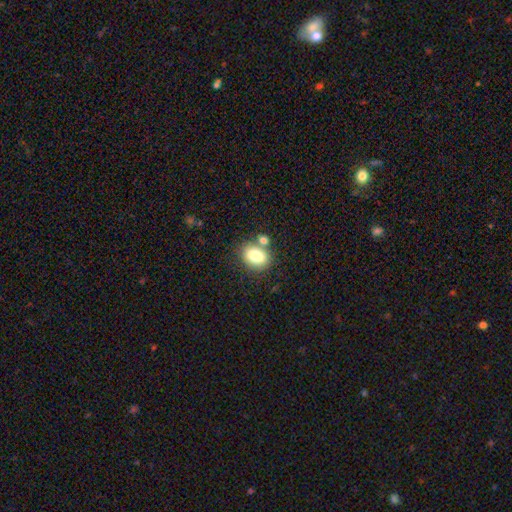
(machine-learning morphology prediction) smooth 80%, featured or disk 11%, star or artifact 9%. Down the decision tree: how rounded — in between (68%); merging — none (64%).